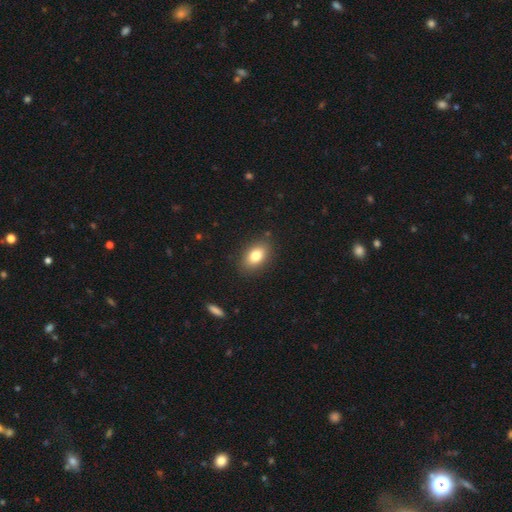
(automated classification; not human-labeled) This appears to be a smooth galaxy with no disk features (80%) that is in between round and cigar-shaped (86%). Merging: none (86%).